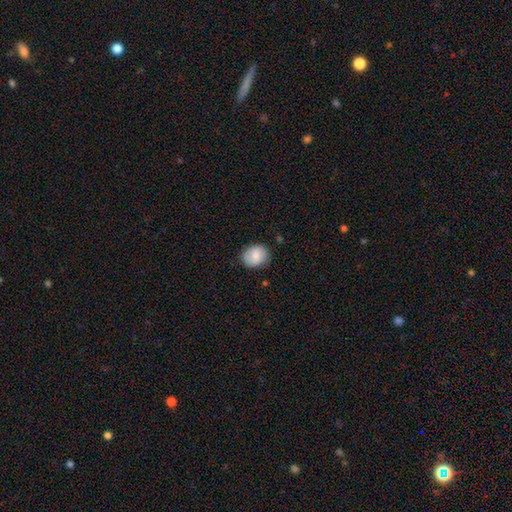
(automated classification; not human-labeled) This is likely a smooth galaxy (76%). How rounded: possibly round (59%). Merging: clearly none (81%).